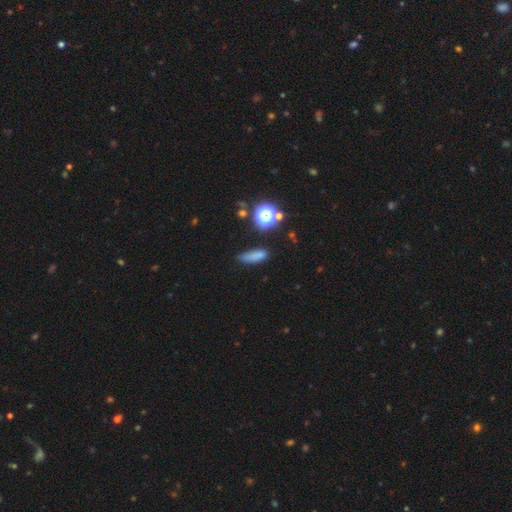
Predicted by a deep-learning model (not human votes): Morphology: type=smooth (73%); roundness=cigar-shaped (51%); merging=none (61%).